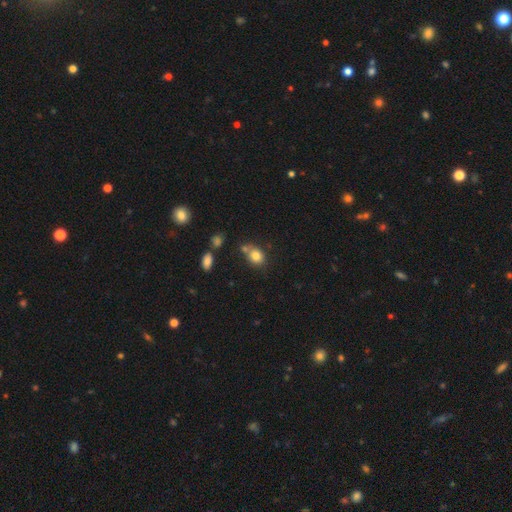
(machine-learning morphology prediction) A smooth galaxy with no disk features (81%) that is in between round and cigar-shaped (53%). Merging: none (56%).